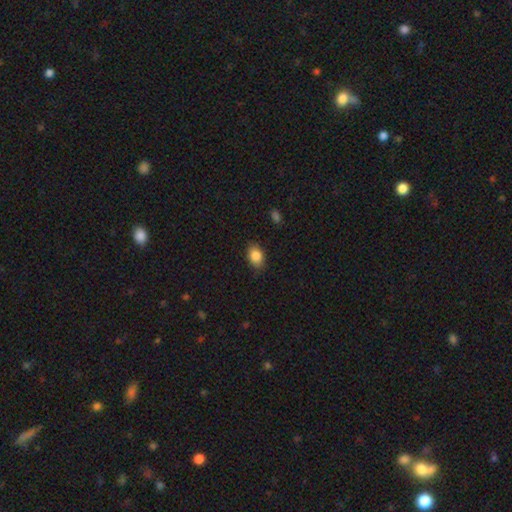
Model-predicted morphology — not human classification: smooth-or-featured: smooth: 85% | star or artifact: 8% | featured or disk: 6%
  how-rounded: in between: 78% | round: 20% | cigar-shaped: 2%
  merging: none: 83% | minor disturbance: 13% | major disturbance: 3% | merger: 1%